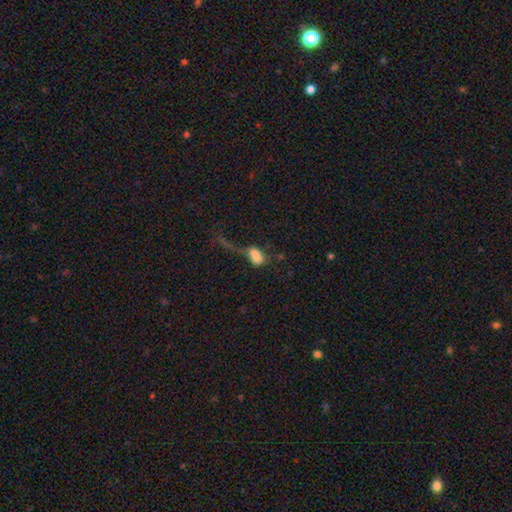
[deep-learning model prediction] Smooth or featured? Predicted: smooth (p=0.75). How rounded? Predicted: in between (p=0.88). Merging? Predicted: major disturbance (p=0.52).